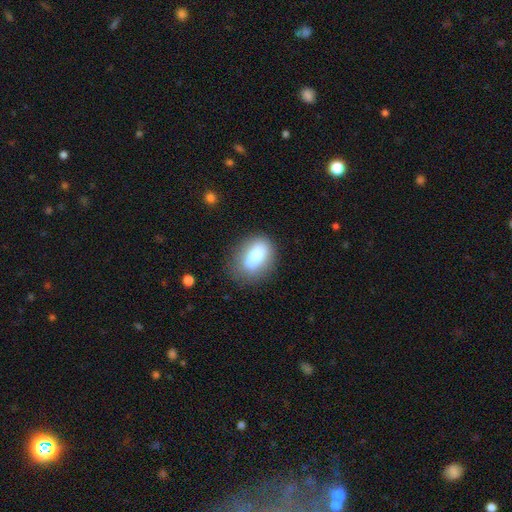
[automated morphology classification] Overall: smooth (77%). How rounded: in between (81%). Merging: none (72%).